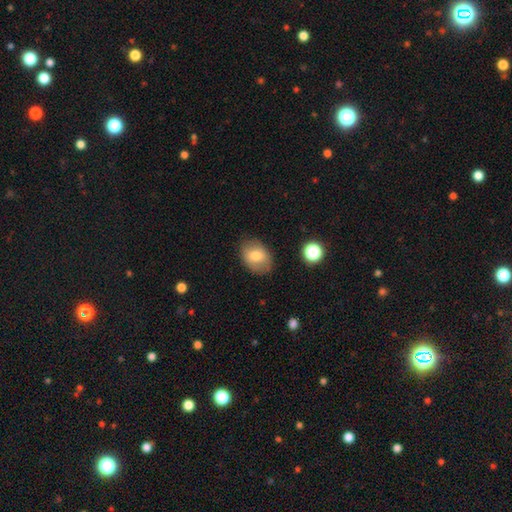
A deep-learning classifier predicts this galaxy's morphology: Overall: smooth (74%). How rounded: in between (72%). Merging: none (81%).